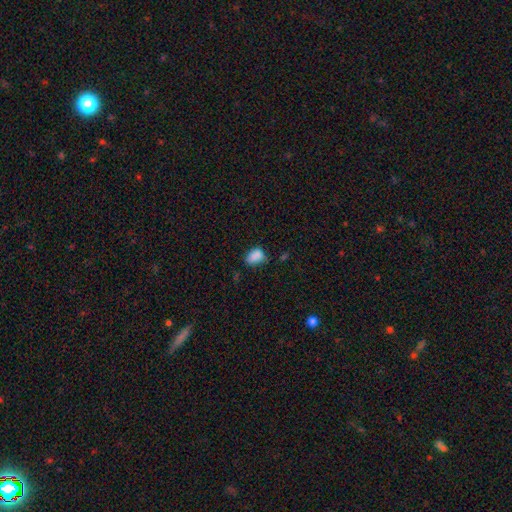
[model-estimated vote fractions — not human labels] A smooth galaxy with no disk features (83%) that is in between round and cigar-shaped (83%).

Vote fractions:
- Smooth or featured? smooth: 83% / star or artifact: 10% / featured or disk: 7%
- How rounded? in between: 83% / round: 15% / cigar-shaped: 2%
- Merging? none: 50% / minor disturbance: 34% / major disturbance: 11% / merger: 6%